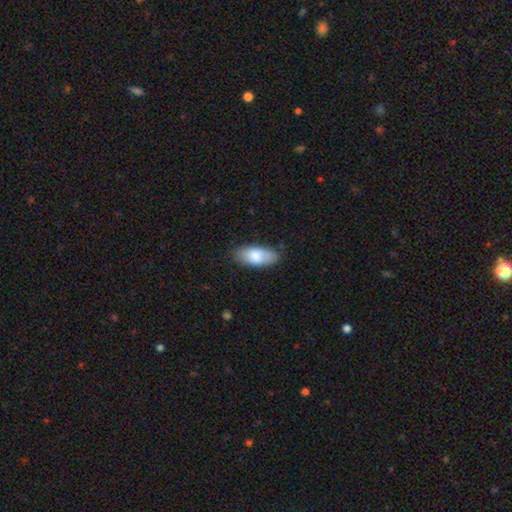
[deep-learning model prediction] smooth_or_featured: smooth (p=0.80) [alt: featured or disk p=0.14]
how_rounded: in between (p=0.87) [alt: cigar-shaped p=0.10]
merging: none (p=0.79) [alt: minor disturbance p=0.16]